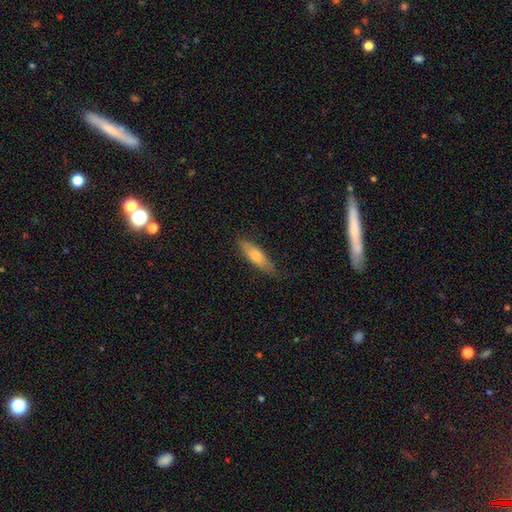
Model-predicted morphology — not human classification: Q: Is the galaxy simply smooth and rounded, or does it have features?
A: smooth — 72%.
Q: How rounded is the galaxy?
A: cigar-shaped — 60%.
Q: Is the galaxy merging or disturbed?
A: none — 78%.